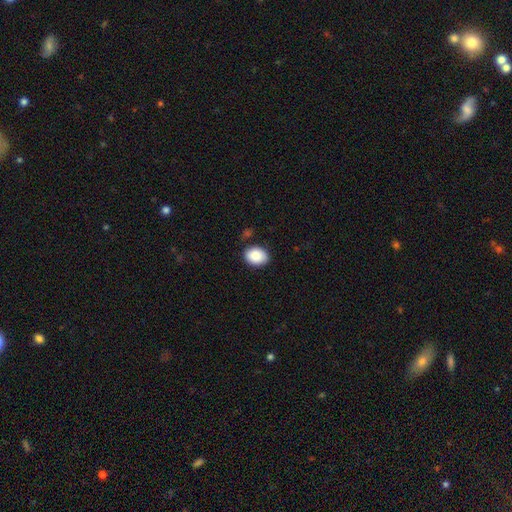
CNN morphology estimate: Smooth or featured? Predicted: smooth (p=0.88). How rounded? Predicted: in between (p=0.69). Merging? Predicted: none (p=0.82).